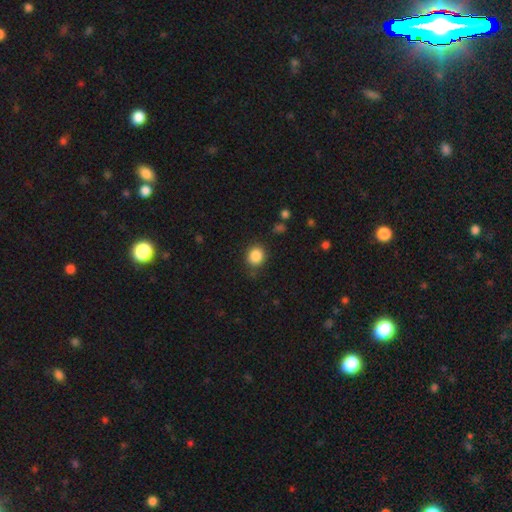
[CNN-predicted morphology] This is clearly a smooth galaxy (86%). How rounded: likely round (79%). Merging: clearly none (85%).